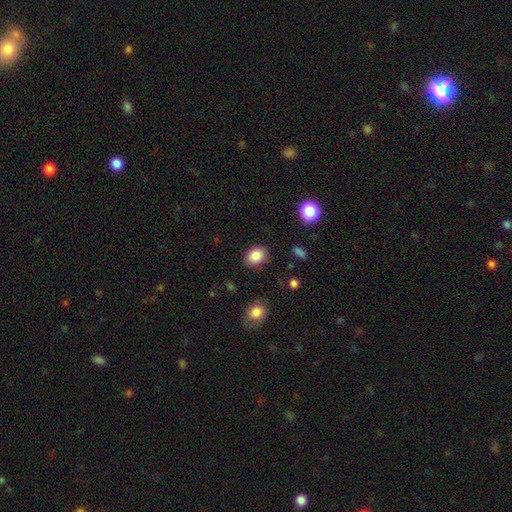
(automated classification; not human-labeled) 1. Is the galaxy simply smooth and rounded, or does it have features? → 87% smooth, 8% star or artifact, 5% featured or disk.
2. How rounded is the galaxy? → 62% in between, 37% round, 1% cigar-shaped.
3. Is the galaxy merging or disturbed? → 85% none, 10% minor disturbance, 3% major disturbance, 1% merger.